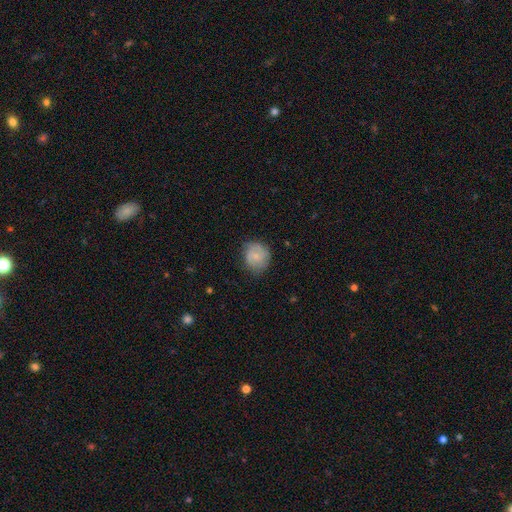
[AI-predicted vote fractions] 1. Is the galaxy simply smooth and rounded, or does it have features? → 48% smooth, 45% featured or disk, 7% star or artifact.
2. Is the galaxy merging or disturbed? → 72% none, 21% minor disturbance, 6% major disturbance, 1% merger.